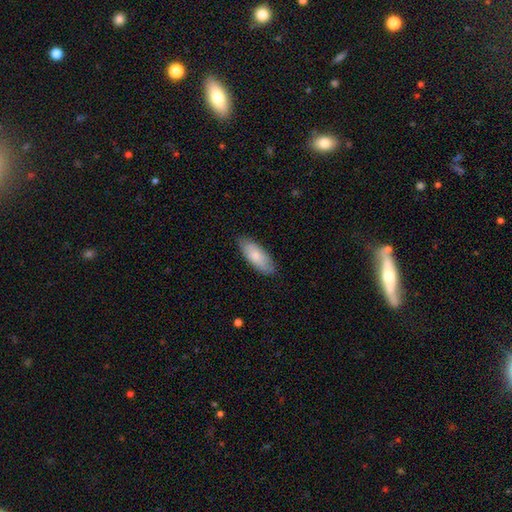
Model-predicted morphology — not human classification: smooth_or_featured: smooth (p=0.76) [alt: featured or disk p=0.19]
how_rounded: in between (p=0.79) [alt: cigar-shaped p=0.19]
merging: none (p=0.82) [alt: minor disturbance p=0.15]